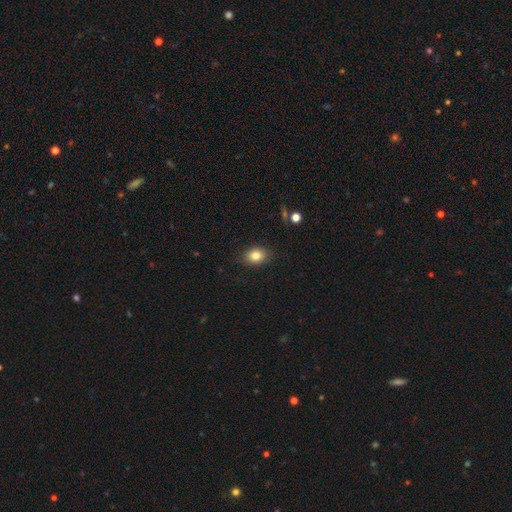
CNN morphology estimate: smooth_or_featured: smooth (p=0.82) [alt: star or artifact p=0.10]
how_rounded: in between (p=0.60) [alt: round p=0.39]
merging: none (p=0.84) [alt: minor disturbance p=0.12]